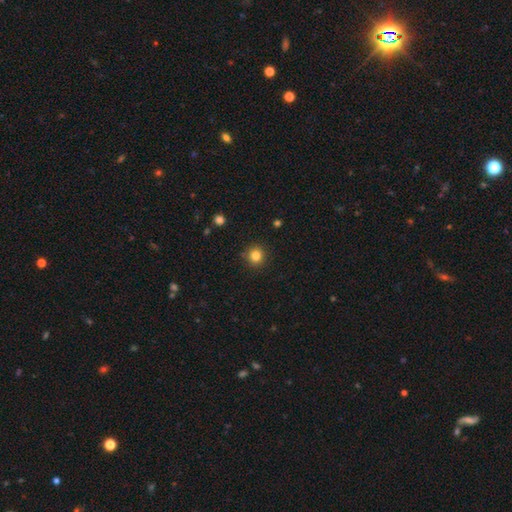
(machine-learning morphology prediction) smooth_or_featured: smooth (p=0.82) [alt: star or artifact p=0.12]
how_rounded: round (p=0.93) [alt: in between p=0.06]
merging: none (p=0.89) [alt: minor disturbance p=0.07]